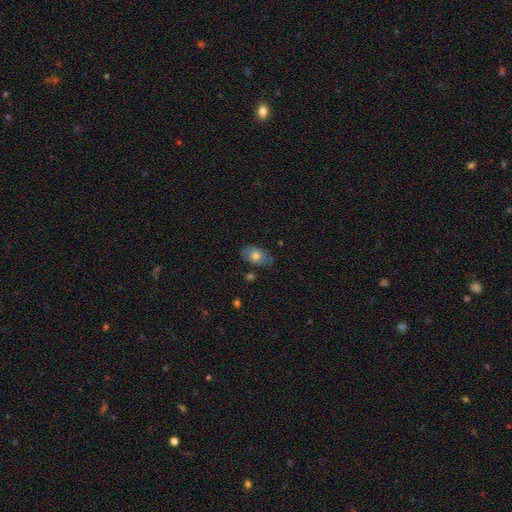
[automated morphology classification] This is likely a smooth galaxy (69%). How rounded: clearly in between (85%). Merging: likely none (70%).